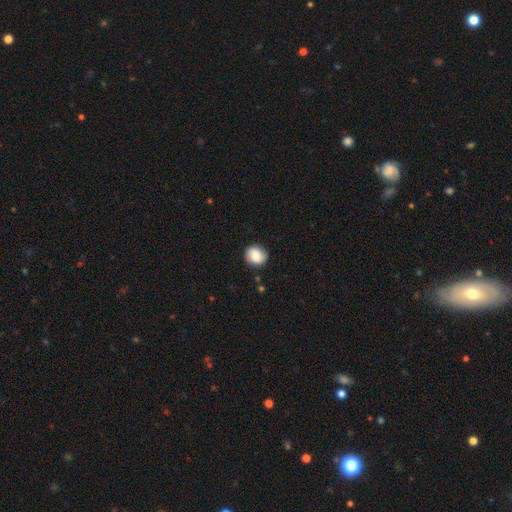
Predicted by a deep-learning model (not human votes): Overall: smooth (81%). How rounded: round (79%). Merging: none (83%).